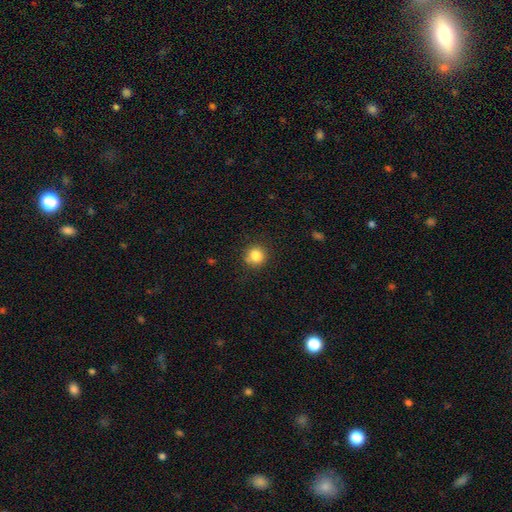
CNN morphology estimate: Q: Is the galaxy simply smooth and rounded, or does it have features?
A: smooth — 84%.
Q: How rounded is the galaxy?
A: round — 90%.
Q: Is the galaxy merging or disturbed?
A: none — 86%.